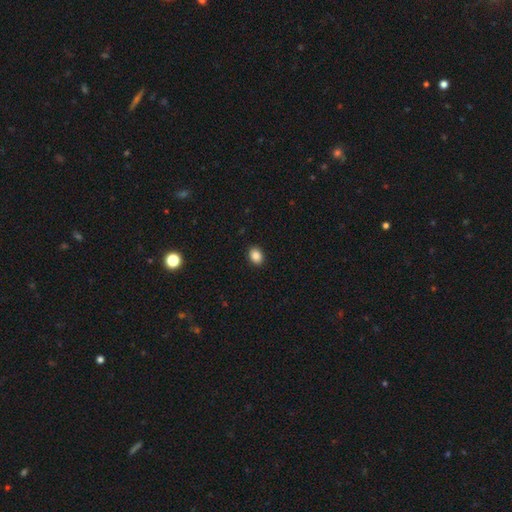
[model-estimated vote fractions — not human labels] Smooth or featured: smooth — 87% (star or artifact — 9%)
How rounded: in between — 70% (round — 29%)
Merging: none — 91% (minor disturbance — 7%)